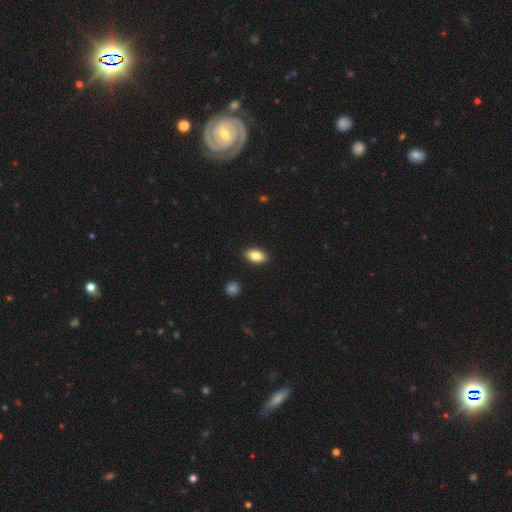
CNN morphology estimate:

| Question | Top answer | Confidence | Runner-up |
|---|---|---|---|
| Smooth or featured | smooth | 84% | featured or disk (9%) |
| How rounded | in between | 92% | round (5%) |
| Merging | none | 90% | minor disturbance (7%) |